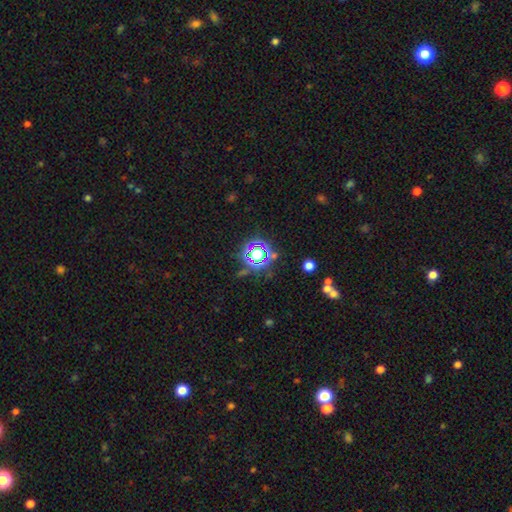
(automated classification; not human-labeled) star or artifact 66%, smooth 22%, featured or disk 12%.